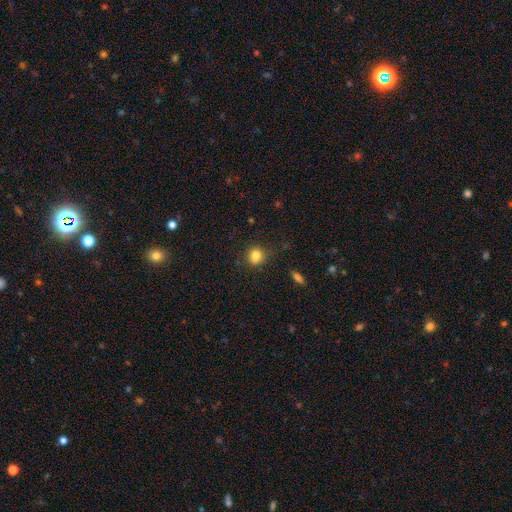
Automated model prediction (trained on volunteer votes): Smooth or featured? smooth (83%)
How rounded? round (84%)
Merging? none (84%)